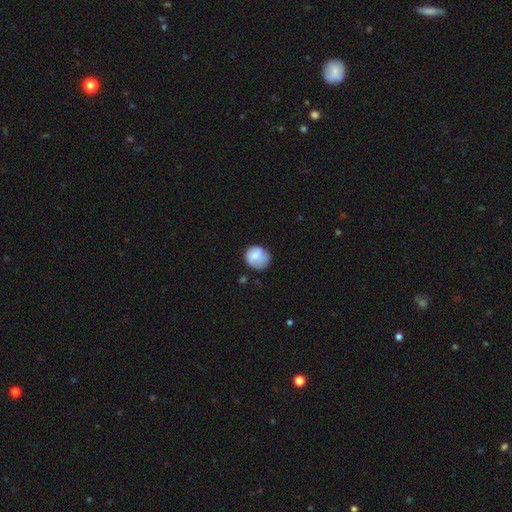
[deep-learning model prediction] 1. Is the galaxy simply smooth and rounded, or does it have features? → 73% smooth, 20% featured or disk, 7% star or artifact.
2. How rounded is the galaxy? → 75% round, 24% in between, 1% cigar-shaped.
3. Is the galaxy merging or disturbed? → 57% none, 30% minor disturbance, 10% major disturbance, 3% merger.